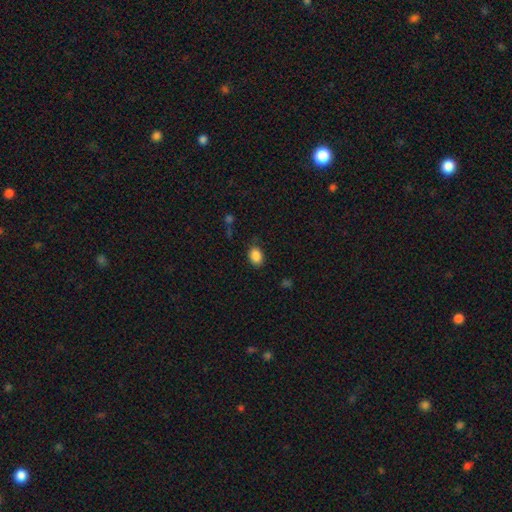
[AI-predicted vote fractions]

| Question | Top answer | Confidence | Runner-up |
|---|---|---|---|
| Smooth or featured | smooth | 87% | star or artifact (9%) |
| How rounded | in between | 77% | round (22%) |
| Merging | none | 82% | minor disturbance (13%) |